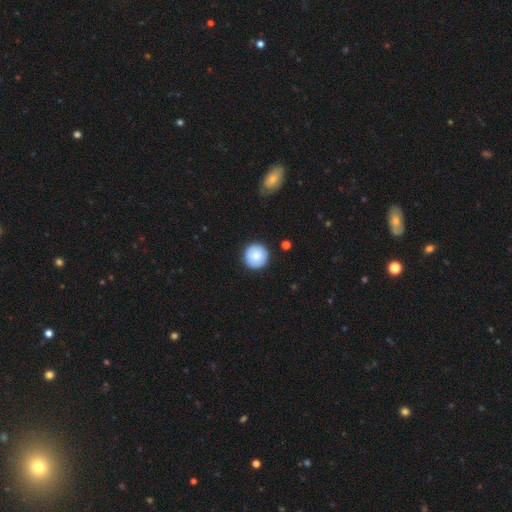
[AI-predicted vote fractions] This is clearly a smooth galaxy (86%). How rounded: clearly round (96%). Merging: clearly none (91%).